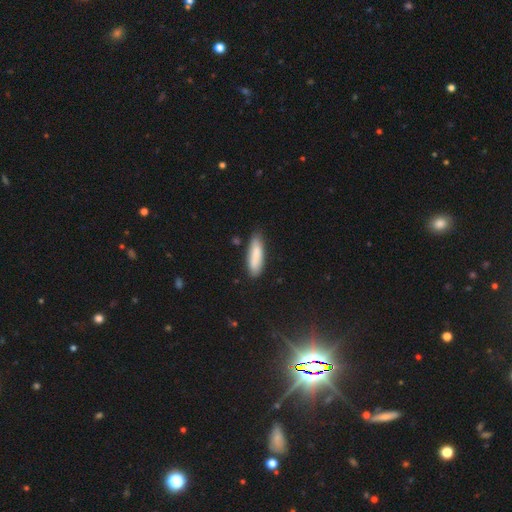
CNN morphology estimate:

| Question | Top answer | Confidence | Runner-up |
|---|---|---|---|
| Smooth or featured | smooth | 84% | featured or disk (10%) |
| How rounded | cigar-shaped | 58% | in between (41%) |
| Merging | none | 78% | minor disturbance (17%) |